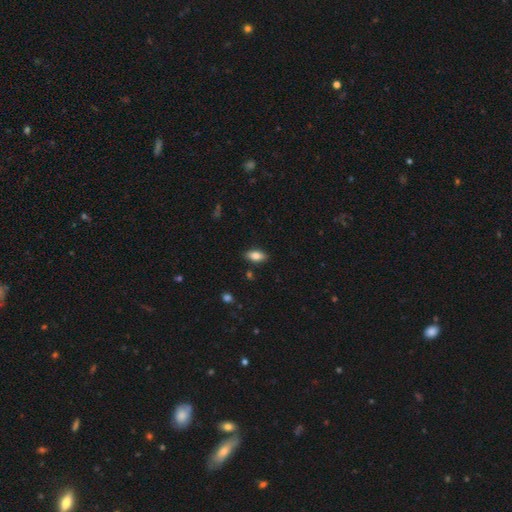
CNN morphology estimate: smooth-or-featured: smooth: 81% | featured or disk: 12% | star or artifact: 8%
  how-rounded: in between: 89% | cigar-shaped: 7% | round: 3%
  merging: none: 87% | minor disturbance: 10% | major disturbance: 2% | merger: 2%